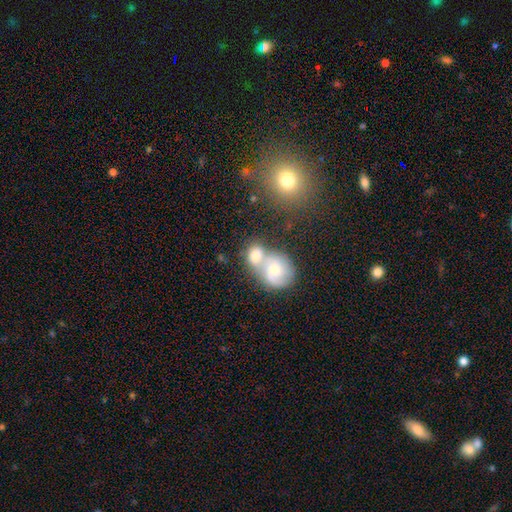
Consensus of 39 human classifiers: This is possibly a smooth galaxy (54%). How rounded: likely round (62%). Merging: clearly merger (80%).